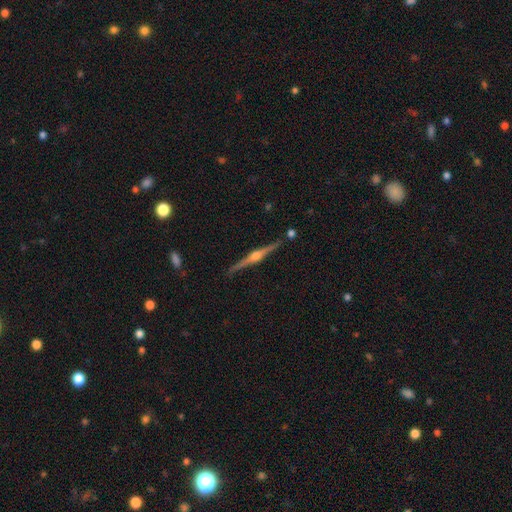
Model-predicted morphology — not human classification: The model was most divided on "smooth or featured": featured or disk: 88%, smooth: 7%, star or artifact: 5%. More confident: edge-on disk — yes (99%); edge-on bulge — rounded (93%); merging — none (89%).